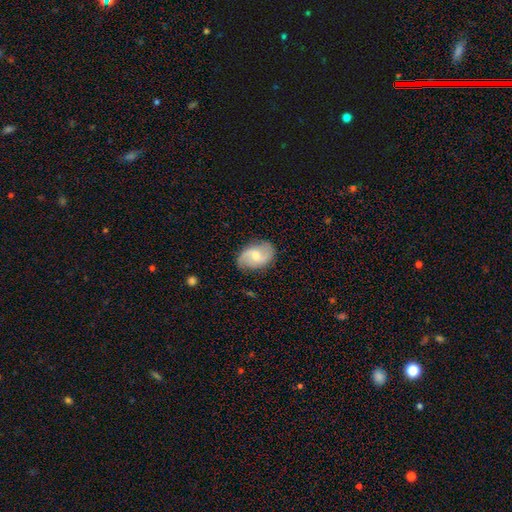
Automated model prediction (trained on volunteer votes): This appears to be a featured or disk galaxy (75%) with a weak bar (51%), 2 (90%) loose (50%) spiral arms (94%) and a moderate central bulge (55%). Merging: none (80%).